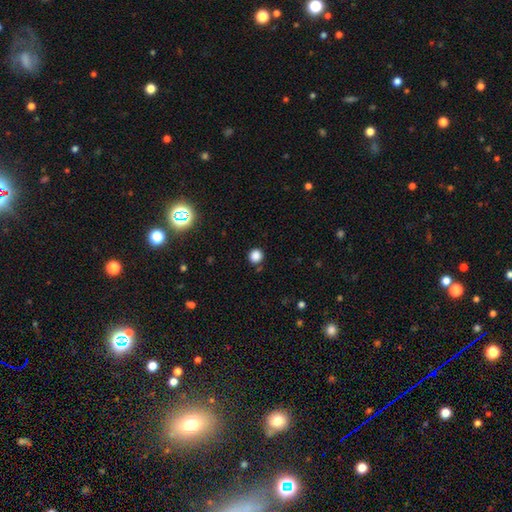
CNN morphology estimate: Q: Smooth or featured?
A: smooth (83%); runner-up: star or artifact (14%)
Q: How rounded?
A: round (93%); runner-up: in between (6%)
Q: Merging?
A: none (87%); runner-up: minor disturbance (7%)